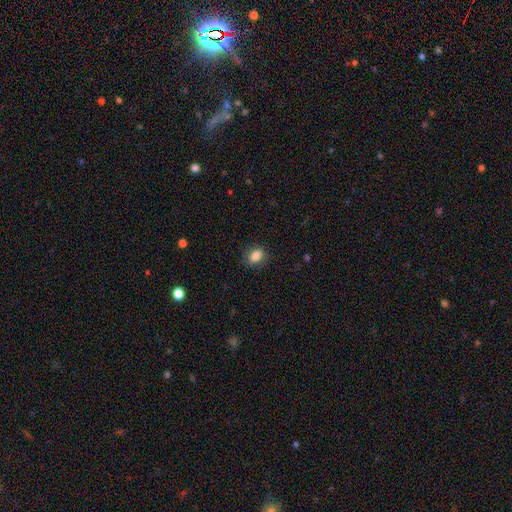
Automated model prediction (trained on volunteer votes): This is clearly a smooth galaxy (86%). How rounded: likely in between (75%). Merging: clearly none (81%).